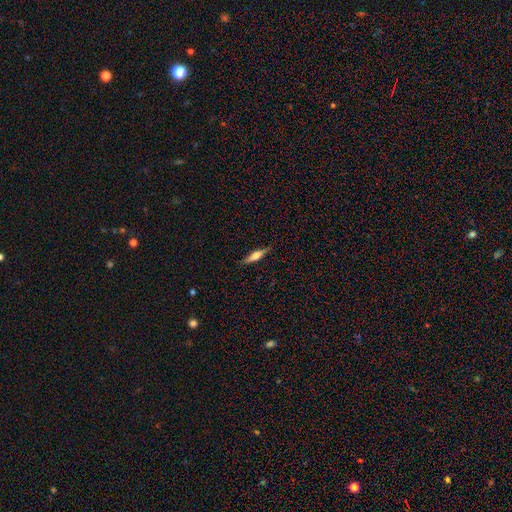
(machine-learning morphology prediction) featured or disk 50%, smooth 43%, star or artifact 7%. Down the decision tree: merging — none (86%).